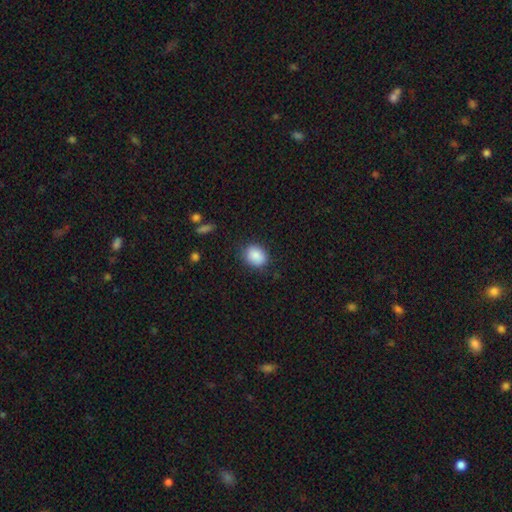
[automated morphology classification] Smooth or featured? Predicted: smooth (p=0.88). How rounded? Predicted: in between (p=0.51). Merging? Predicted: none (p=0.84).